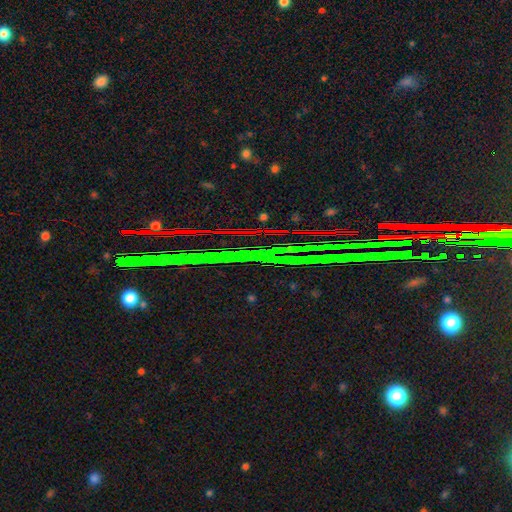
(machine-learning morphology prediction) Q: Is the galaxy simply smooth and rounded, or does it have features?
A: star or artifact — 85%.